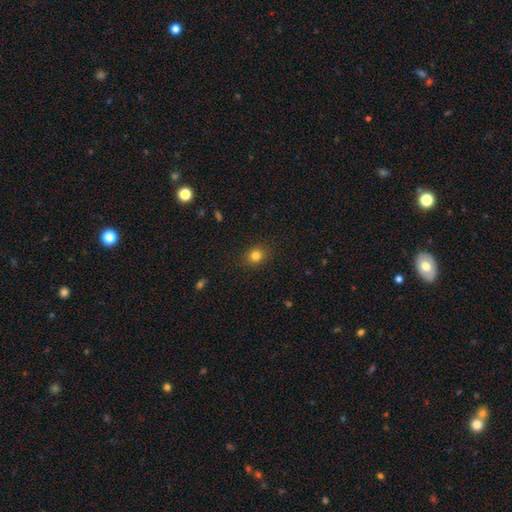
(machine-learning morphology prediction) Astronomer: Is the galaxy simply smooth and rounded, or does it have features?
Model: smooth — 81%.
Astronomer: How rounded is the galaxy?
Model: round — 65%.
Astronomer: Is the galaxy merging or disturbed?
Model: none — 88%.